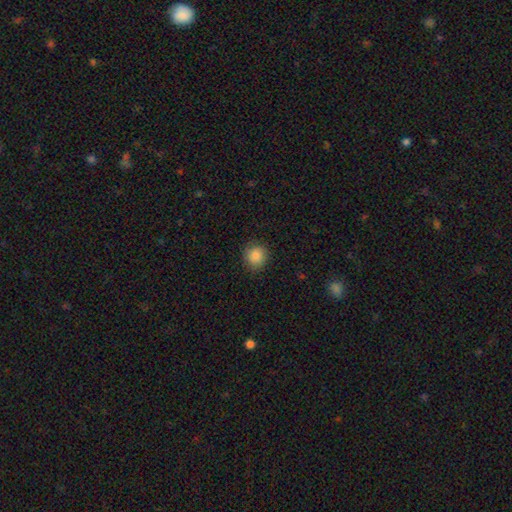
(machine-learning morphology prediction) Smooth or featured: smooth — 87% (star or artifact — 9%)
How rounded: round — 86% (in between — 13%)
Merging: none — 86% (minor disturbance — 10%)